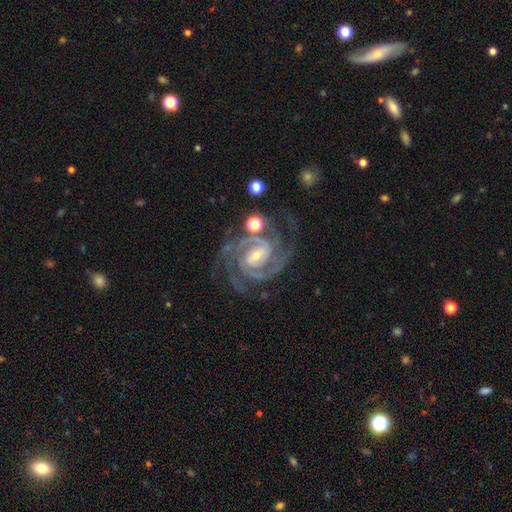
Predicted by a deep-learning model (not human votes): A featured or disk galaxy (92%) with a weak bar (41%), 2 (47%) tight (64%) spiral arms (99%) and a small central bulge (67%).

Vote fractions:
- Smooth or featured? featured or disk: 92% / star or artifact: 5% / smooth: 3%
- Edge-on disk? no: 98% / yes: 2%
- Bar? weak: 41% / no: 31% / strong: 28%
- Spiral arms? yes: 99% / no: 1%
- Spiral winding? tight: 64% / medium: 33% / loose: 3%
- Spiral arm count? 2: 47% / 3: 27% / 4: 10% / can't tell: 8% / more than 4: 4% / 1: 4%
- Bulge size? small: 67% / moderate: 28% / none: 2% / large: 2% / dominant: 1%
- Merging? none: 72% / minor disturbance: 16% / major disturbance: 8% / merger: 4%